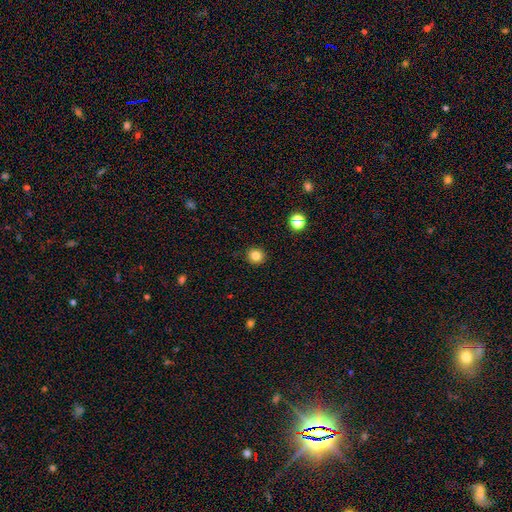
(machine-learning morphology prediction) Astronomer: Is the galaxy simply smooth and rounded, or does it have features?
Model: smooth — 82%.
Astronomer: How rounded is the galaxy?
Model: round — 90%.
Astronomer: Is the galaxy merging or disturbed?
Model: none — 92%.